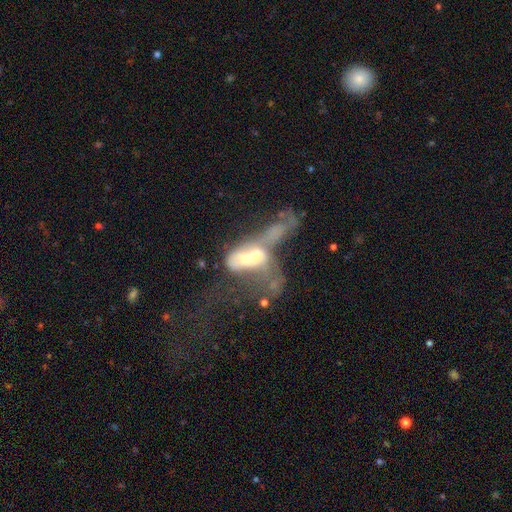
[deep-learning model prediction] Morphology: type=featured or disk (49%); merging=merger (74%).